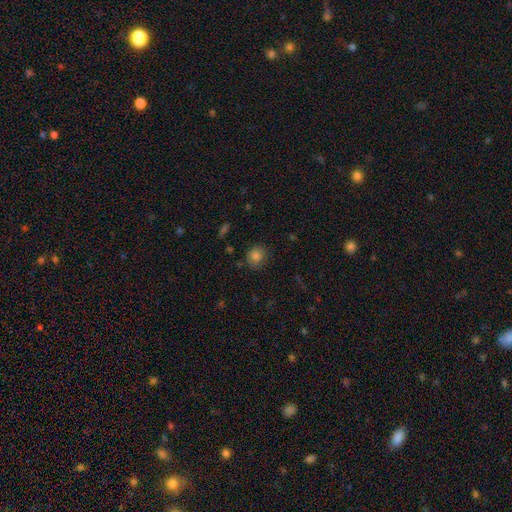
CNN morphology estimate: Overall: smooth (82%). How rounded: round (83%). Merging: none (81%).